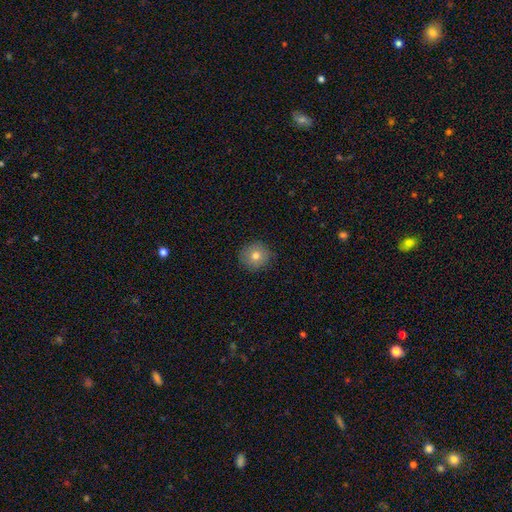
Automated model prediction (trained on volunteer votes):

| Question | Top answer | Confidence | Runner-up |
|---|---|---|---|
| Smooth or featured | smooth | 75% | featured or disk (14%) |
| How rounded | round | 92% | in between (7%) |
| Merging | none | 88% | minor disturbance (9%) |